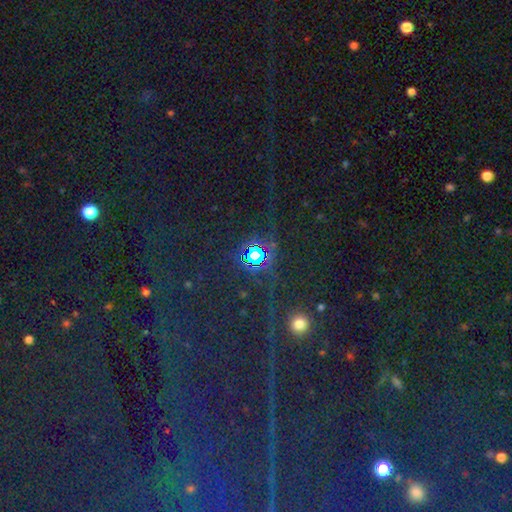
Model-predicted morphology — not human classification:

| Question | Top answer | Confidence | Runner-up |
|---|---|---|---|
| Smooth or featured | star or artifact | 80% | smooth (12%) |